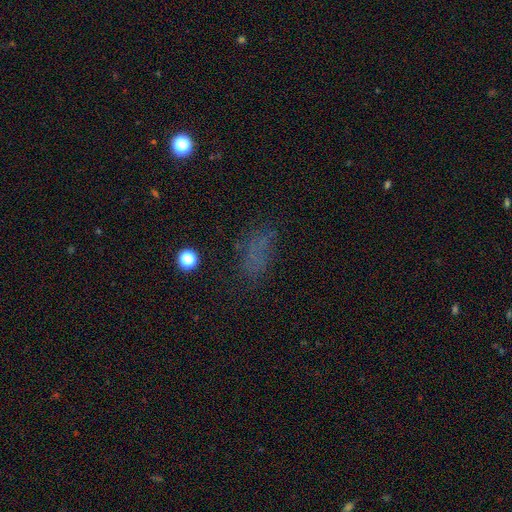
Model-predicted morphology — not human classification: A smooth galaxy with no disk features (53%) that is in between round and cigar-shaped (80%). Merging: none (63%).